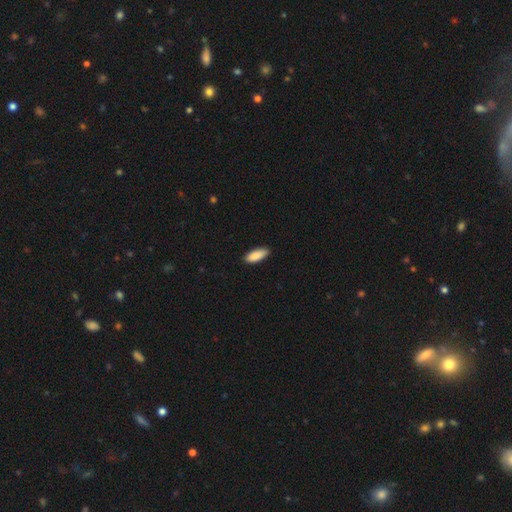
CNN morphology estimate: Smooth or featured? smooth (89%)
How rounded? in between (75%)
Merging? none (86%)